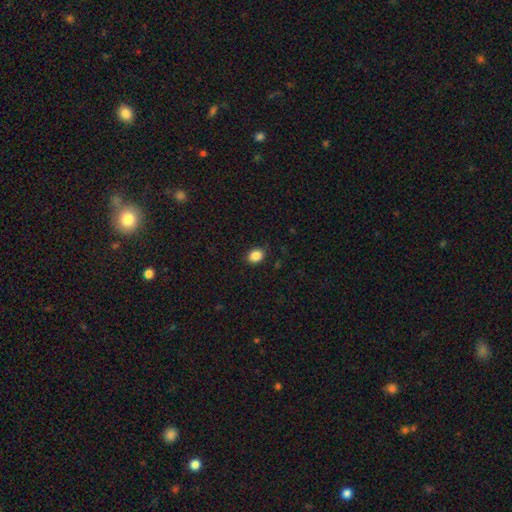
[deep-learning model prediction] This appears to be a smooth galaxy with no disk features (87%) that is in between round and cigar-shaped (51%). Merging: none (88%).